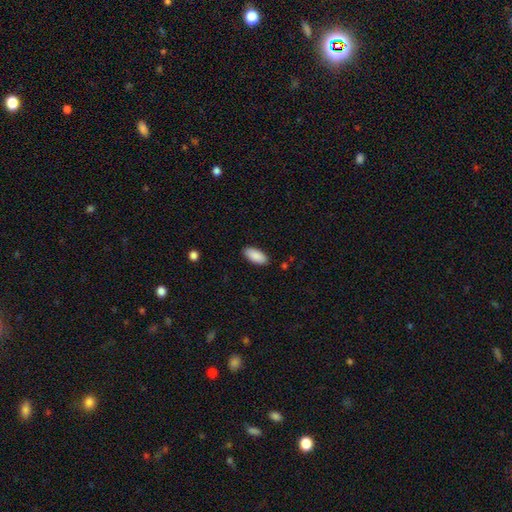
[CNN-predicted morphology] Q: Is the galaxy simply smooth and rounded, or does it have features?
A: smooth — 90%.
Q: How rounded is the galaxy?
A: in between — 90%.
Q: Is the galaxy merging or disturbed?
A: none — 88%.